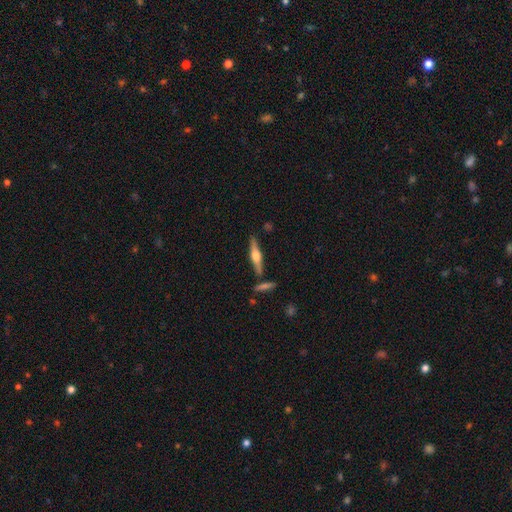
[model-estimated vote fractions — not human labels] Smooth or featured: featured or disk — 69% (smooth — 26%)
Edge-on disk: yes — 97% (no — 3%)
Edge-on bulge: rounded — 93% (boxy — 5%)
Merging: none — 83% (minor disturbance — 9%)